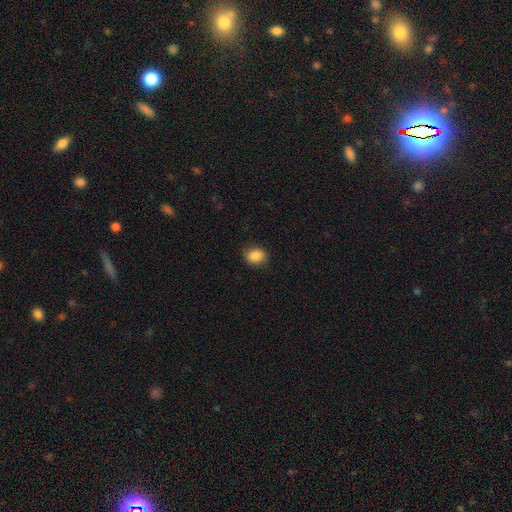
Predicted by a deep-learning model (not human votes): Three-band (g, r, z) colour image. It shows a smooth galaxy with no disk features (86%) that is round (52%). Merging: none (83%).